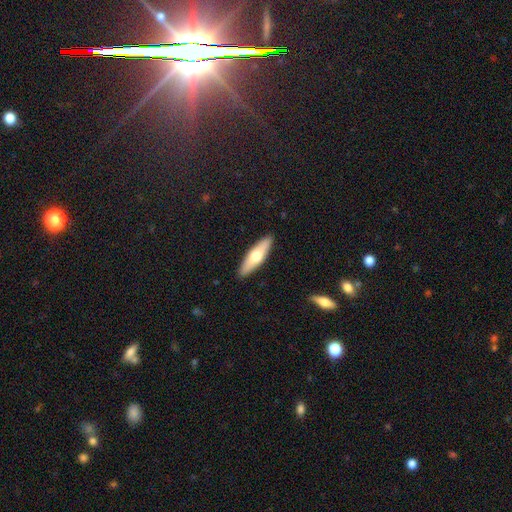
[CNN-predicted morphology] This is possibly a smooth galaxy (58%). How rounded: possibly cigar-shaped (57%). Merging: clearly none (90%).